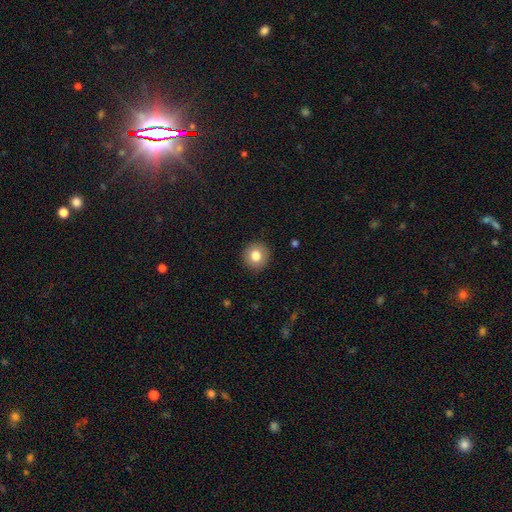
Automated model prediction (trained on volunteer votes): A smooth galaxy with no disk features (80%) that is round (93%).

Vote fractions:
- Smooth or featured? smooth: 80% / featured or disk: 10% / star or artifact: 9%
- How rounded? round: 93% / in between: 6% / cigar-shaped: 1%
- Merging? none: 91% / minor disturbance: 6% / major disturbance: 2% / merger: 1%